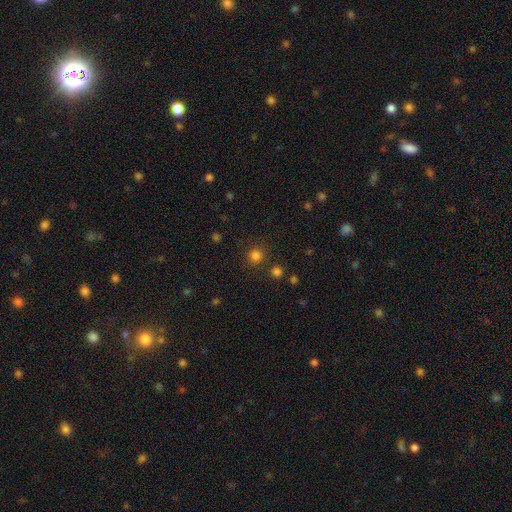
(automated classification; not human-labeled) The model was most divided on "smooth or featured": smooth: 80%, star or artifact: 16%, featured or disk: 4%. More confident: how rounded — round (92%); merging — none (85%).